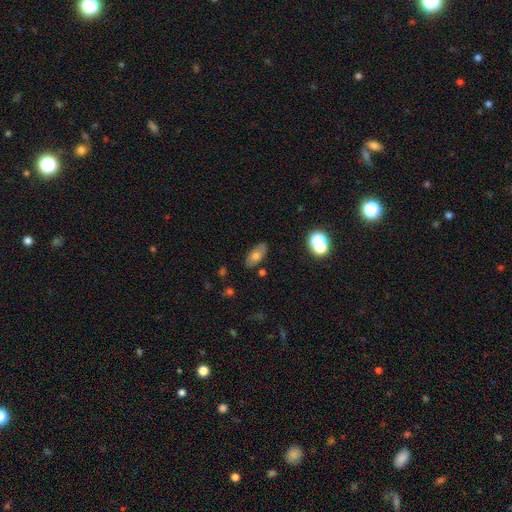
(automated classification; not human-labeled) A smooth galaxy with no disk features (69%) that is in between round and cigar-shaped (88%). Merging: none (80%).